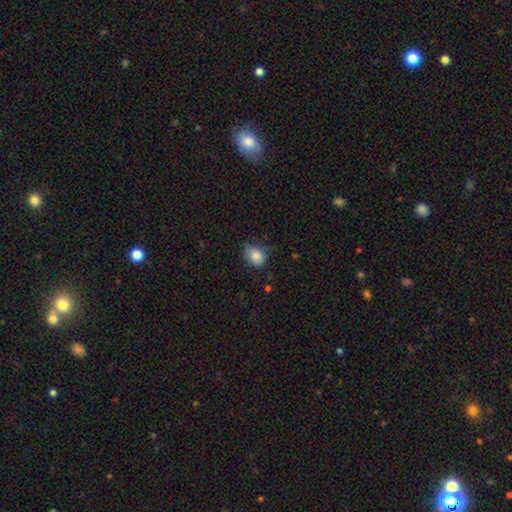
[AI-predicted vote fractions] Smooth or featured: smooth — 83% (star or artifact — 9%)
How rounded: in between — 56% (round — 43%)
Merging: none — 58% (minor disturbance — 32%)